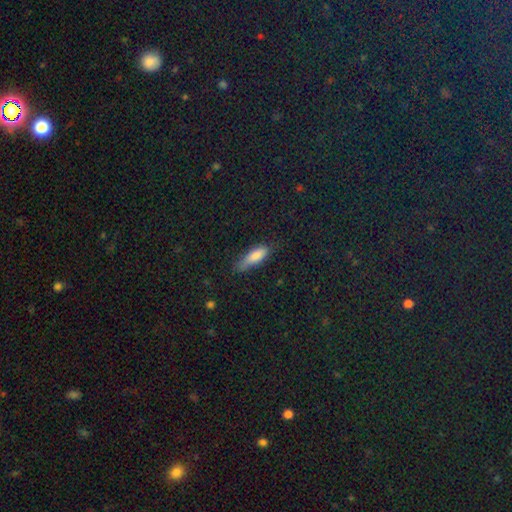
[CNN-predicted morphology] type=smooth (77%); roundness=cigar-shaped (52%); merging=none (65%).